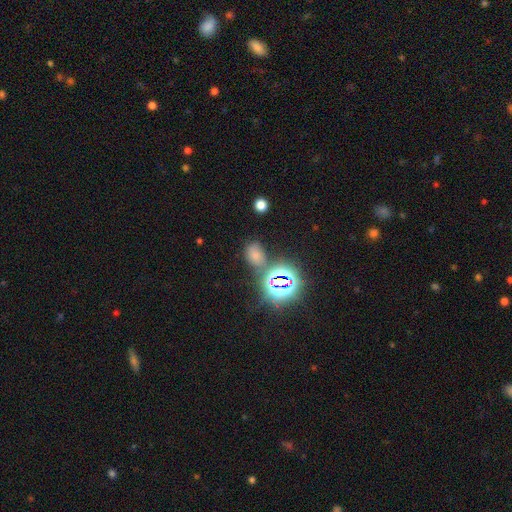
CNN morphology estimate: smooth-or-featured: smooth: 56% | star or artifact: 36% | featured or disk: 8%
  how-rounded: in between: 73% | round: 25% | cigar-shaped: 2%
  merging: none: 62% | minor disturbance: 17% | merger: 13% | major disturbance: 8%